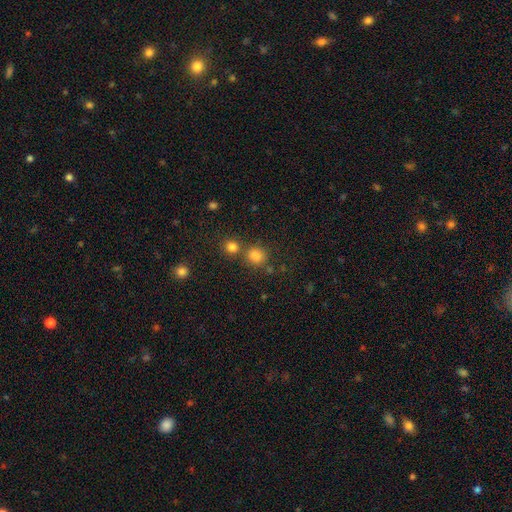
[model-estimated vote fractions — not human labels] This appears to be a smooth galaxy with no disk features (80%) that is round (83%). Merging: none (64%).